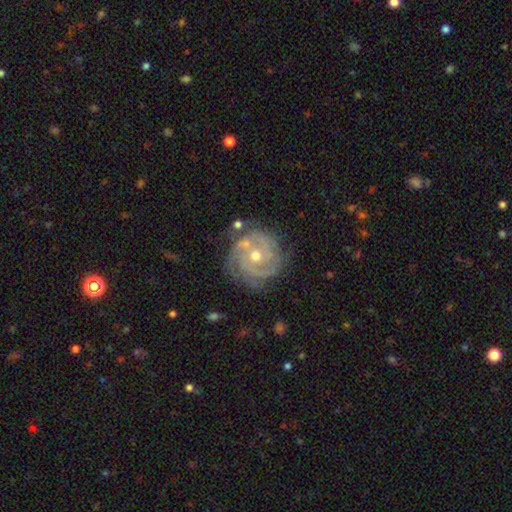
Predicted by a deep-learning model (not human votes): featured or disk 89%, smooth 6%, star or artifact 5%. Down the decision tree: edge-on disk — no (98%); bar — no (72%); spiral arms — yes (97%); spiral arm count — 3 (47%); spiral winding — tight (70%); bulge size — moderate (67%); merging — none (71%).